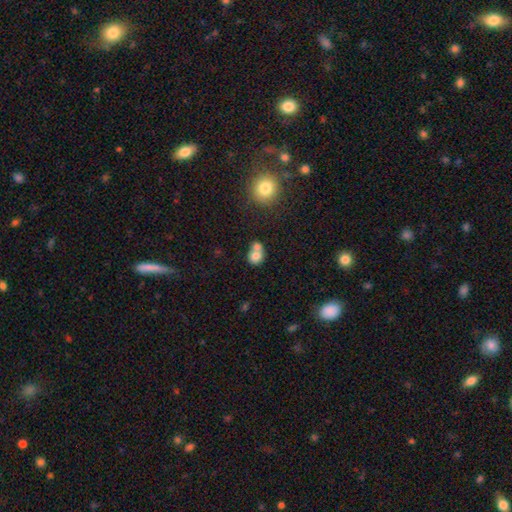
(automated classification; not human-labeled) smooth-or-featured: smooth: 75% | featured or disk: 15% | star or artifact: 10%
  how-rounded: round: 70% | in between: 30% | cigar-shaped: 1%
  merging: merger: 57% | none: 32% | minor disturbance: 8% | major disturbance: 3%